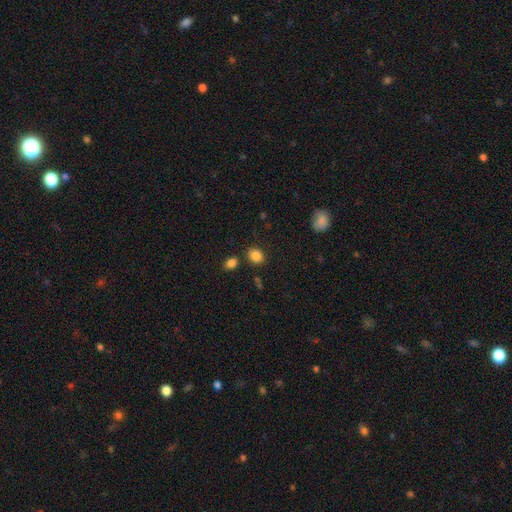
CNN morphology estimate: Smooth or featured? smooth (86%)
How rounded? round (50%)
Merging? none (80%)